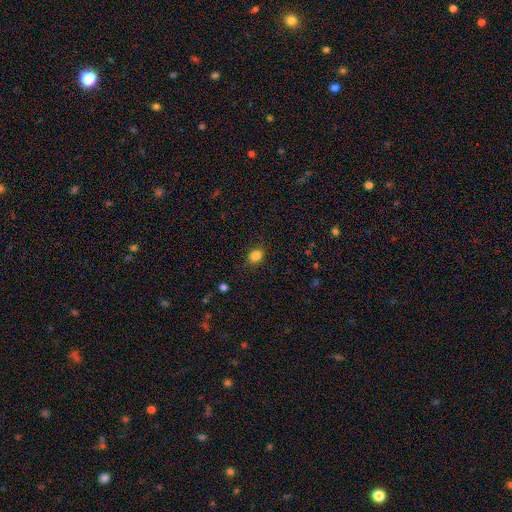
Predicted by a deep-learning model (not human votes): Smooth or featured: smooth — 84% (star or artifact — 11%)
How rounded: round — 58% (in between — 41%)
Merging: none — 82% (minor disturbance — 13%)